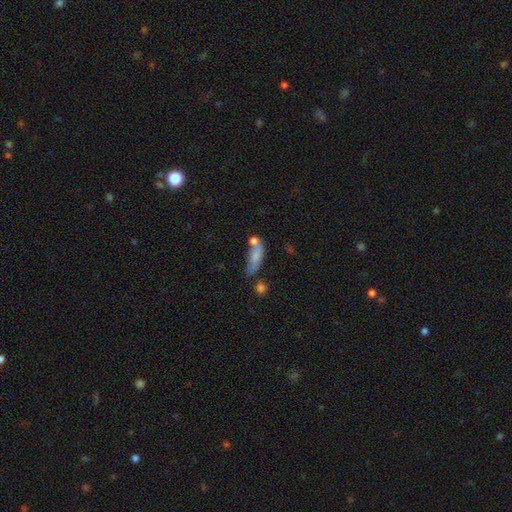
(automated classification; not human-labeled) This appears to be a smooth galaxy with no disk features (74%) that is in between round and cigar-shaped (60%). Merging: none (39%).